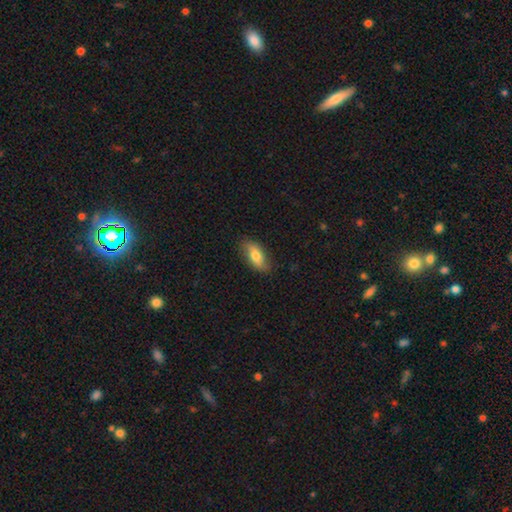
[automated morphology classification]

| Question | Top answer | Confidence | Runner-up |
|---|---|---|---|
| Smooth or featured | smooth | 63% | featured or disk (31%) |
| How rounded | in between | 82% | cigar-shaped (14%) |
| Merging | none | 82% | minor disturbance (14%) |